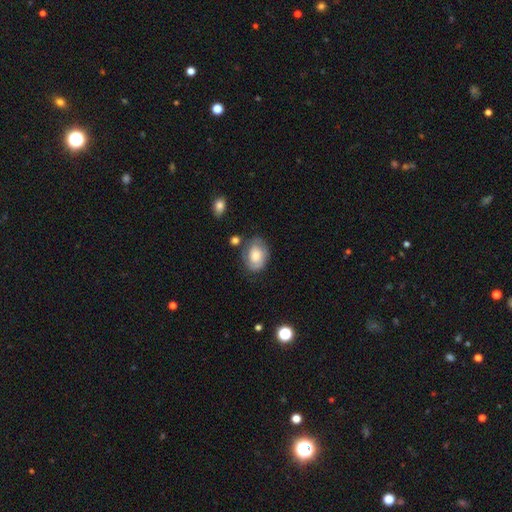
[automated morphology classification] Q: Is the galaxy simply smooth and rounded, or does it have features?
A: smooth — 57%.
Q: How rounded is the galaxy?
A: in between — 73%.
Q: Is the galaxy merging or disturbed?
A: none — 62%.